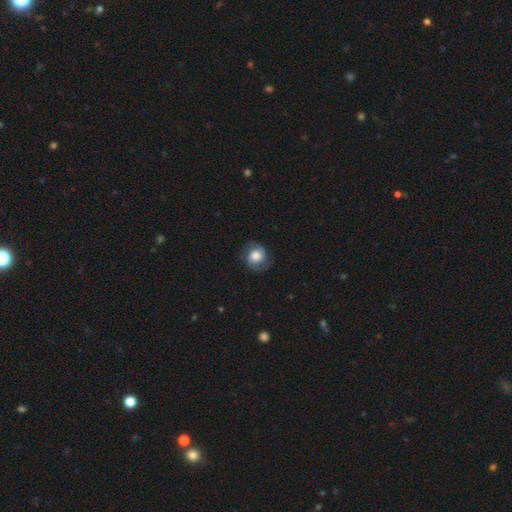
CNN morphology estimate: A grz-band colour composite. It shows a smooth galaxy with no disk features (49%). Merging: none (74%).